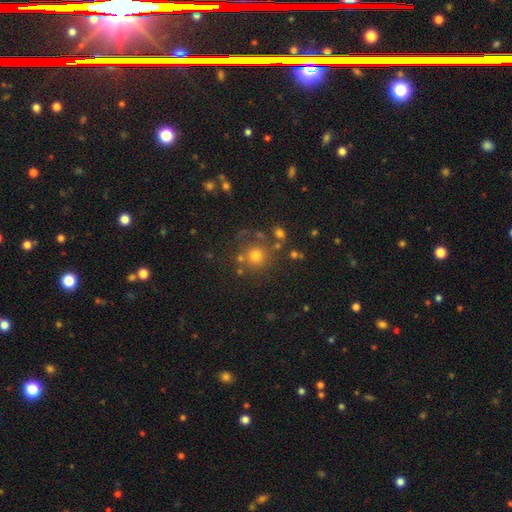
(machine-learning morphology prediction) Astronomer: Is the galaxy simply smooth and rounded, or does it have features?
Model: smooth — 70%.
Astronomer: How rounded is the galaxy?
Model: round — 91%.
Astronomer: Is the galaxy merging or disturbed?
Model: none — 71%.